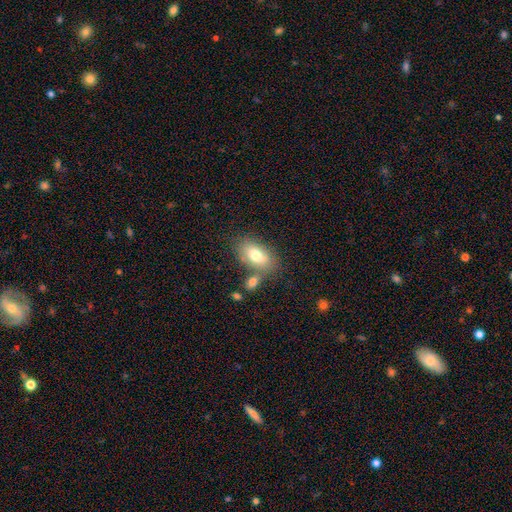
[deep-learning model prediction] Smooth or featured: smooth — 73% (featured or disk — 19%)
How rounded: in between — 90% (round — 6%)
Merging: none — 62% (merger — 19%)